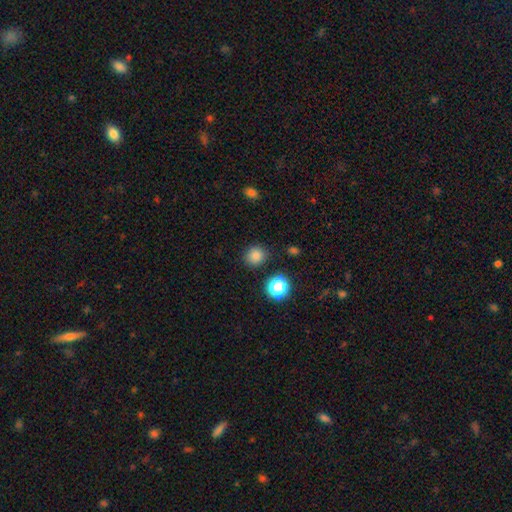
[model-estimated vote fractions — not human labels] smooth-or-featured: smooth: 82% | star or artifact: 14% | featured or disk: 4%
  how-rounded: round: 87% | in between: 12% | cigar-shaped: 1%
  merging: none: 85% | minor disturbance: 9% | major disturbance: 3% | merger: 3%